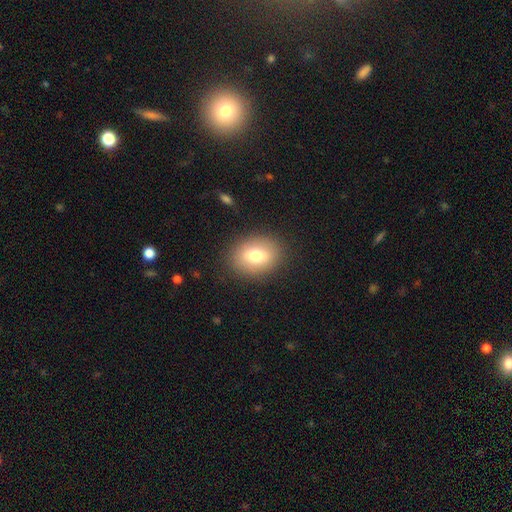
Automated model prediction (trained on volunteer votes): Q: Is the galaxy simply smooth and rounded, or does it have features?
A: smooth — 74%.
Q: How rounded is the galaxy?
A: in between — 61%.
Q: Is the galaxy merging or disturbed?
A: none — 86%.